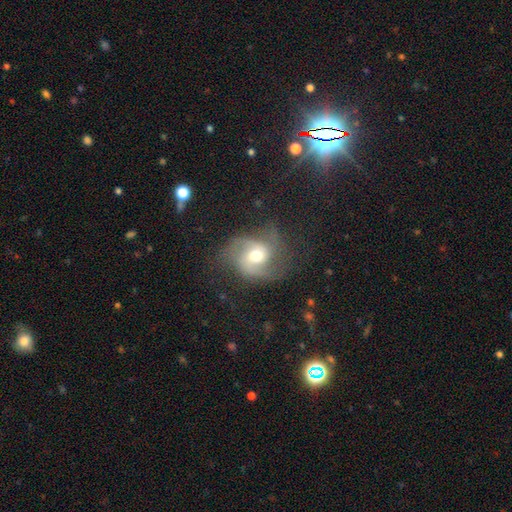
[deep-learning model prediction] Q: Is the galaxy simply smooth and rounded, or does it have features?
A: featured or disk — 79%.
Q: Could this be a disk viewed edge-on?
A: no — 97%.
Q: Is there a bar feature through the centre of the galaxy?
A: no — 57%.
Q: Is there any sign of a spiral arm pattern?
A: yes — 95%.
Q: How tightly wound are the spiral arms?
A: medium — 50%.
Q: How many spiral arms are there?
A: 2 — 68%.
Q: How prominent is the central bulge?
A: moderate — 70%.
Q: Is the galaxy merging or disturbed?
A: none — 62%.